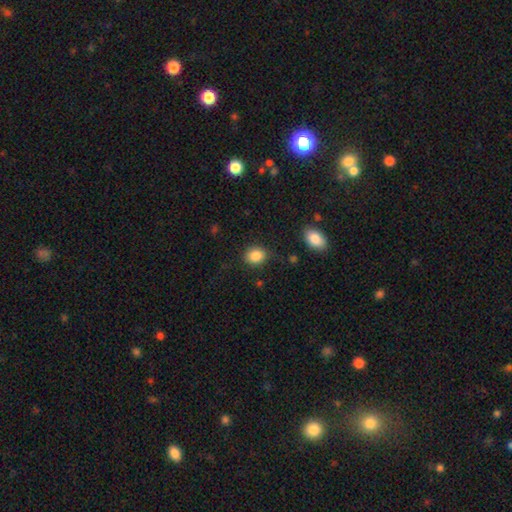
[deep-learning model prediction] A smooth galaxy with no disk features (86%) that is round (54%). Merging: none (83%).